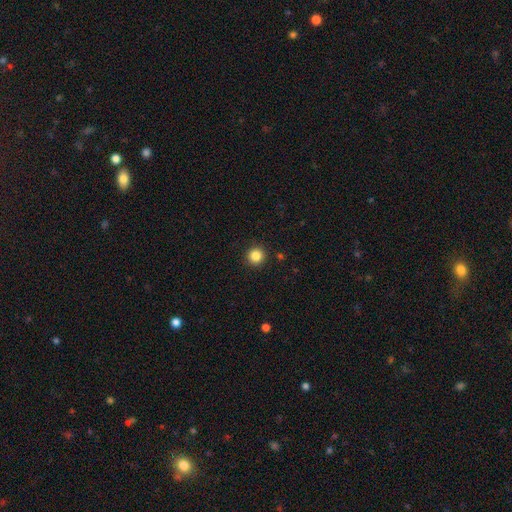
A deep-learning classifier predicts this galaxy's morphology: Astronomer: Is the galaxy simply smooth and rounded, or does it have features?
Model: smooth — 85%.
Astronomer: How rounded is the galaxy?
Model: round — 95%.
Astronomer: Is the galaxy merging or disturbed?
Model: none — 92%.